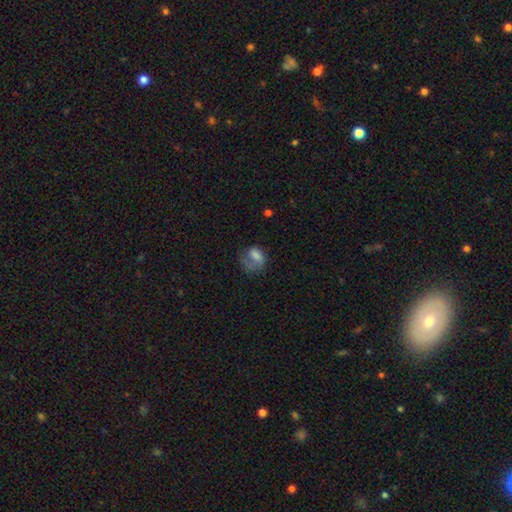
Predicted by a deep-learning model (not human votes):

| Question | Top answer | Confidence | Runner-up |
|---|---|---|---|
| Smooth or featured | smooth | 60% | featured or disk (29%) |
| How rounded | in between | 65% | round (34%) |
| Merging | major disturbance | 45% | none (30%) |